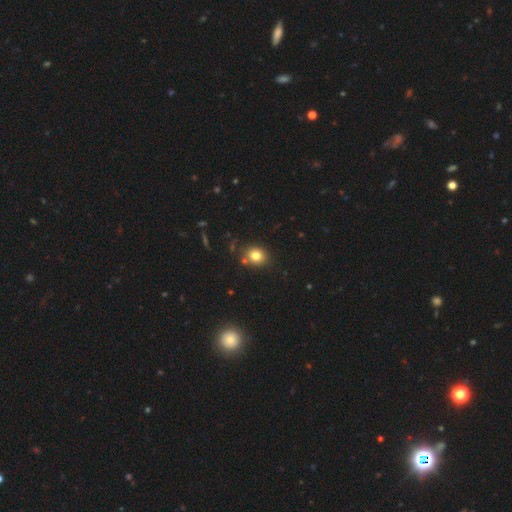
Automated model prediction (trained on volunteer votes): This is likely a smooth galaxy (79%). How rounded: likely round (63%). Merging: likely none (78%).